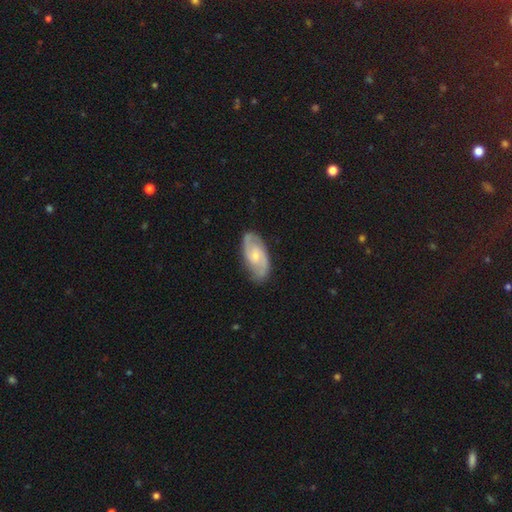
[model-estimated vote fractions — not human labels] Smooth or featured?
  - featured or disk: 76% *
  - smooth: 19%
  - star or artifact: 5%
Edge-on disk?
  - no: 95% *
  - yes: 5%
Bar?
  - no: 53% *
  - weak: 41%
  - strong: 7%
Spiral arms?
  - yes: 94% *
  - no: 6%
Spiral winding?
  - medium: 50% *
  - tight: 32%
  - loose: 18%
Spiral arm count?
  - 2: 87% *
  - can't tell: 7%
  - 3: 2%
  - 1: 2%
  - 4: 1%
  - more than 4: 1%
Bulge size?
  - small: 52% *
  - moderate: 40%
  - none: 4%
  - large: 2%
  - dominant: 1%
Merging?
  - none: 82% *
  - minor disturbance: 13%
  - major disturbance: 3%
  - merger: 1%